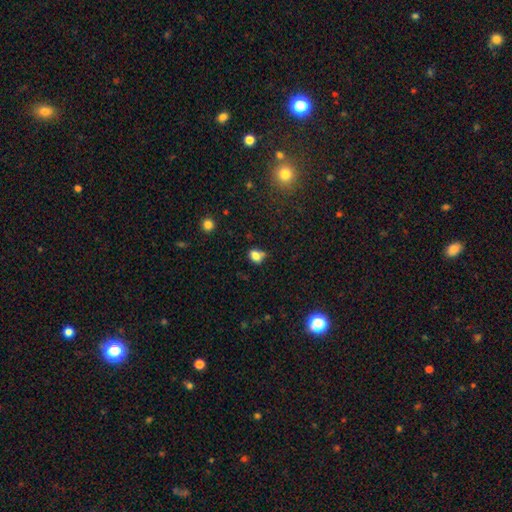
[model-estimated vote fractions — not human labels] smooth 79%, star or artifact 12%, featured or disk 9%. Down the decision tree: how rounded — in between (63%); merging — none (51%).